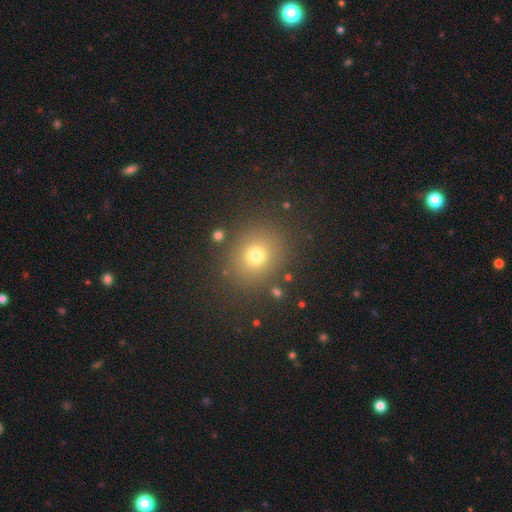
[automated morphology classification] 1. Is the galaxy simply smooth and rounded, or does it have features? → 72% smooth, 19% star or artifact, 10% featured or disk.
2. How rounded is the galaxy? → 75% round, 24% in between, 1% cigar-shaped.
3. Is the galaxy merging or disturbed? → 86% none, 8% minor disturbance, 3% major disturbance, 3% merger.